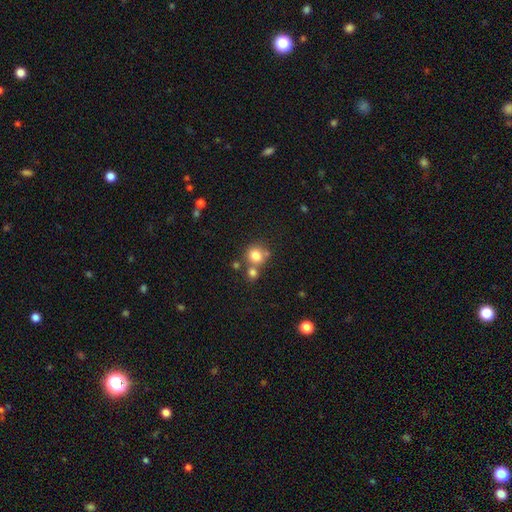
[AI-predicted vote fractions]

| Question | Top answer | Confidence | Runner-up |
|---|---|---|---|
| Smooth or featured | smooth | 79% | star or artifact (12%) |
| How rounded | round | 85% | in between (14%) |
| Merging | none | 57% | merger (29%) |